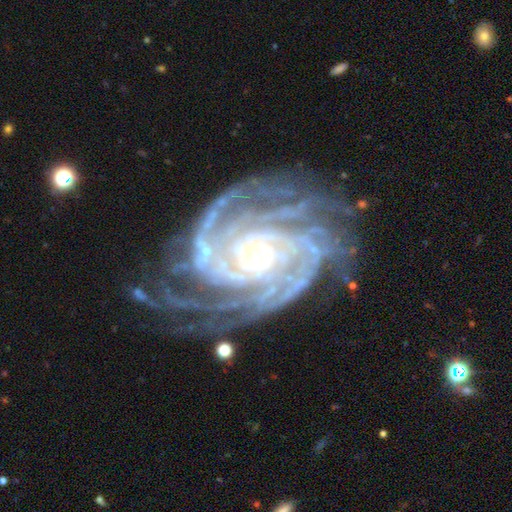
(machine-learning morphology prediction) This is clearly a featured or disk galaxy (93%). It is clearly not viewed edge-on (97%). Bar: likely no (71%). Spiral arm pattern: clearly yes (99%). Spiral arm count: marginally more than 4 (31%). Spiral winding: likely tight (79%). Central bulge: clearly small (83%). Merging: likely none (70%).